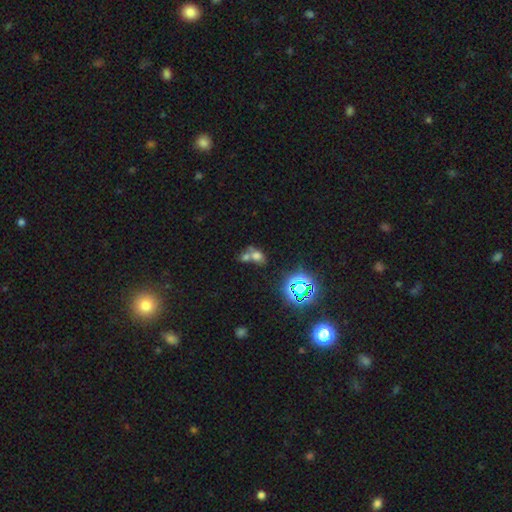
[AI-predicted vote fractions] smooth_or_featured: smooth (p=0.56) [alt: star or artifact p=0.28]
how_rounded: in between (p=0.60) [alt: round p=0.38]
merging: merger (p=0.60) [alt: none p=0.28]